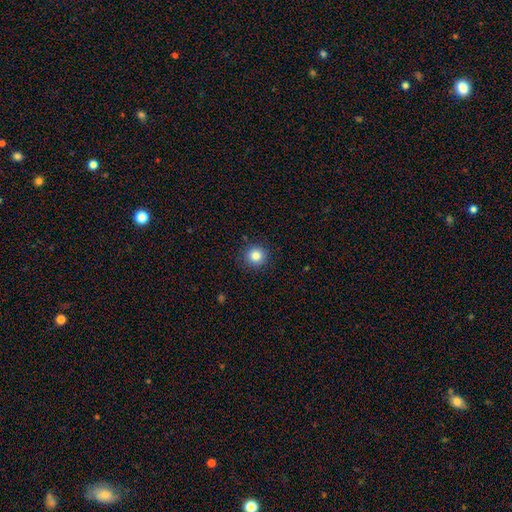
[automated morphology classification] Overall: smooth (84%). How rounded: round (94%). Merging: none (90%).